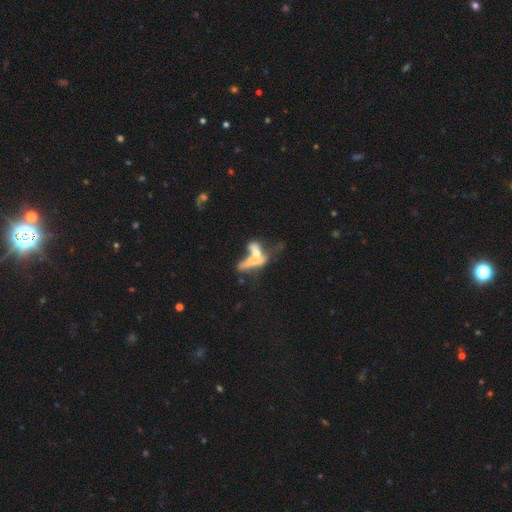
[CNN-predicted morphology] A featured or disk galaxy (47%). Merging: merger (62%).